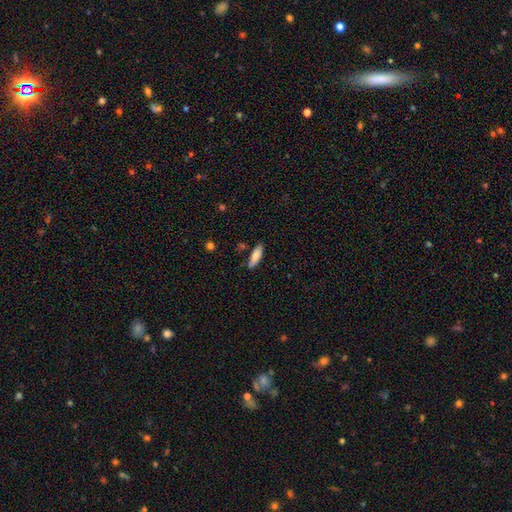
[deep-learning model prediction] Q: Smooth or featured?
A: smooth (81%); runner-up: featured or disk (13%)
Q: How rounded?
A: in between (51%); runner-up: cigar-shaped (48%)
Q: Merging?
A: none (75%); runner-up: minor disturbance (18%)